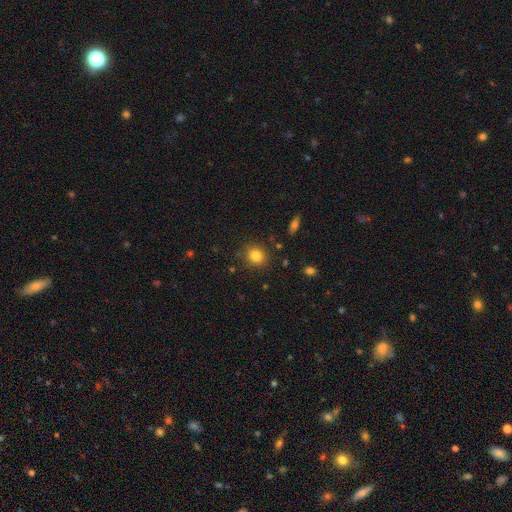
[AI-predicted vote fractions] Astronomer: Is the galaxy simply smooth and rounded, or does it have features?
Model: smooth — 83%.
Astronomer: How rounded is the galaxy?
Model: round — 80%.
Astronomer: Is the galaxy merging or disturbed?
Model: none — 86%.